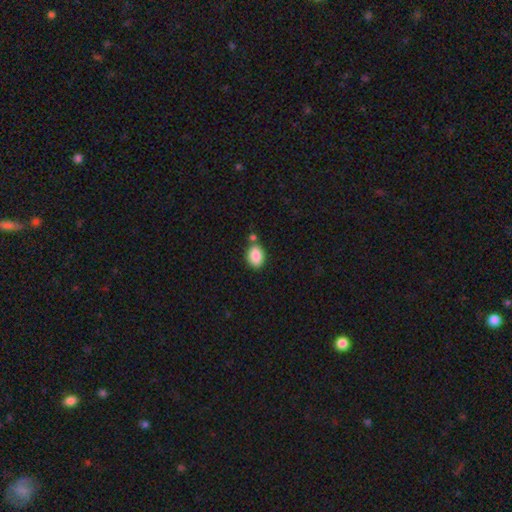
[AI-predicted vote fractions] Morphology: type=smooth (87%); roundness=in between (77%); merging=none (70%).